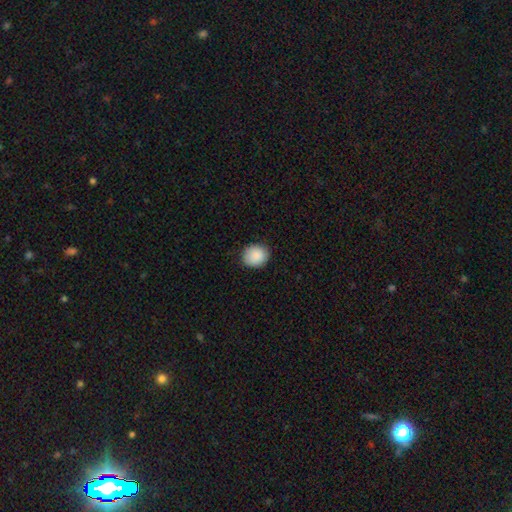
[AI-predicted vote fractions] Morphology: type=smooth (89%); roundness=round (69%); merging=none (85%).